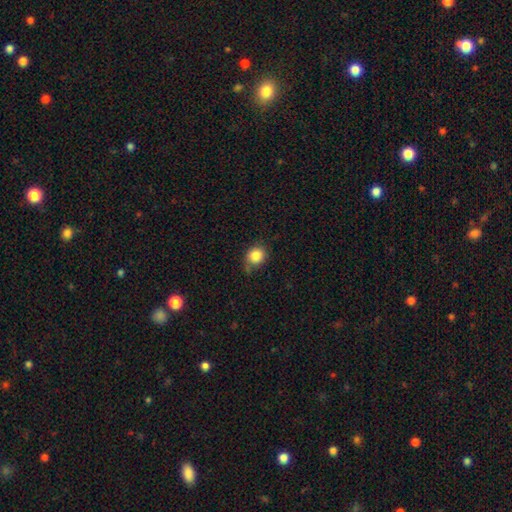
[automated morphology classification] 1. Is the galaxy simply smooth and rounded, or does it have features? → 85% smooth, 10% star or artifact, 5% featured or disk.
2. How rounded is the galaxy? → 79% round, 20% in between, 1% cigar-shaped.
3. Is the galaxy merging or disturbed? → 67% none, 24% minor disturbance, 6% major disturbance, 4% merger.